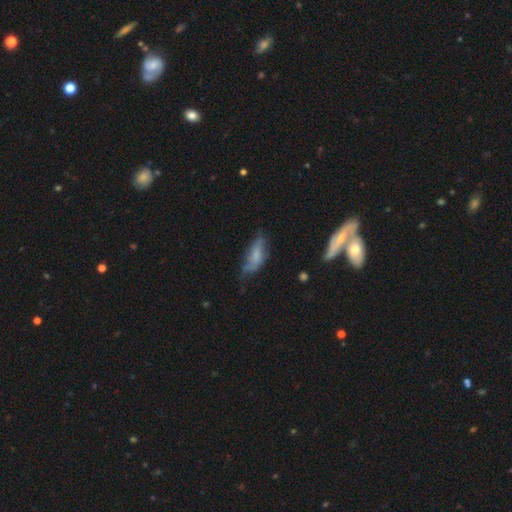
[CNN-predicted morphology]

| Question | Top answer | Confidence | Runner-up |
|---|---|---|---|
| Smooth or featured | smooth | 59% | featured or disk (32%) |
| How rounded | in between | 71% | cigar-shaped (27%) |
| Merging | none | 41% | minor disturbance (37%) |